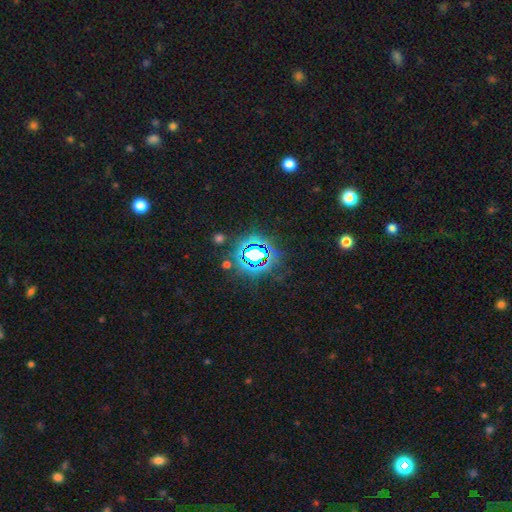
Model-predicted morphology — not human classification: Overall: star or artifact (74%).